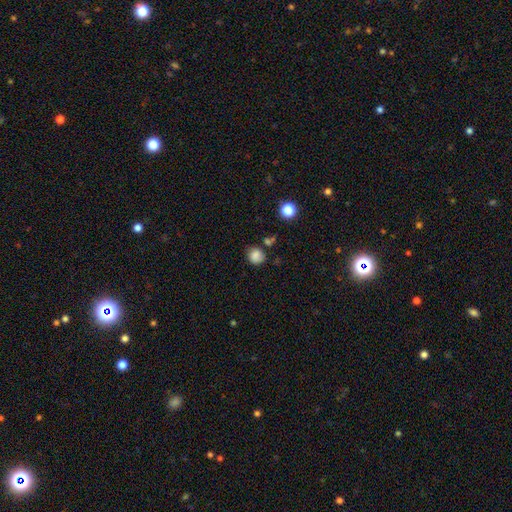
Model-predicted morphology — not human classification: Q: Smooth or featured?
A: smooth (83%); runner-up: star or artifact (11%)
Q: How rounded?
A: round (77%); runner-up: in between (22%)
Q: Merging?
A: none (71%); runner-up: minor disturbance (18%)